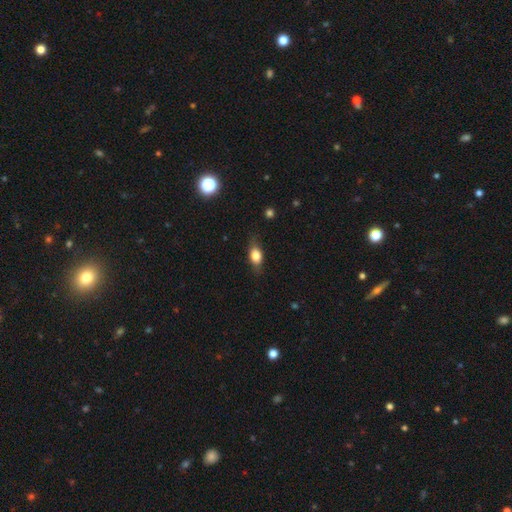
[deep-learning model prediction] A smooth galaxy with no disk features (74%) that is in between round and cigar-shaped (76%). Merging: none (76%).